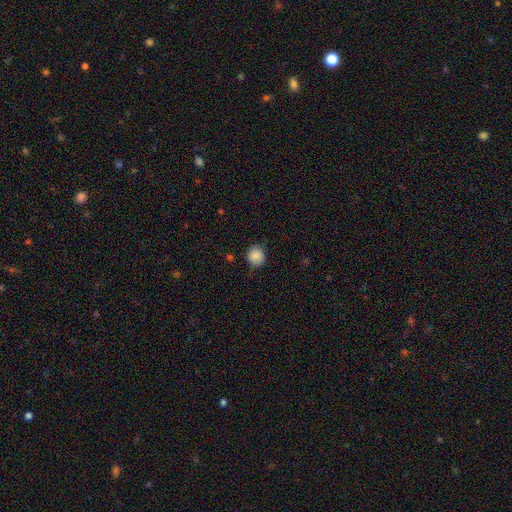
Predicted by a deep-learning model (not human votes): The model was most divided on "merging": none: 78%, minor disturbance: 17%, major disturbance: 3%, merger: 1%. More confident: smooth or featured — smooth (87%); how rounded — round (84%).